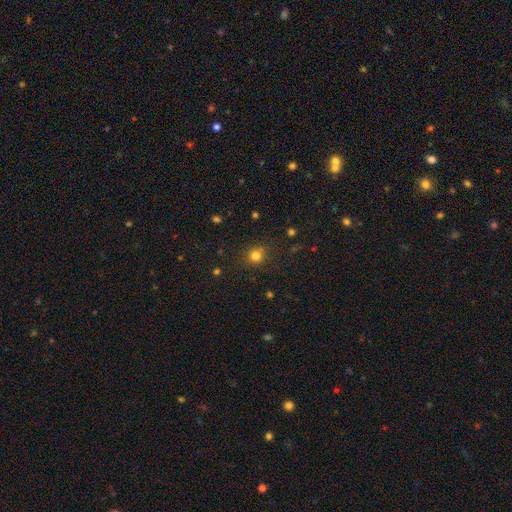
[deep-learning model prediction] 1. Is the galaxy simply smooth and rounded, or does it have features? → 77% smooth, 17% star or artifact, 6% featured or disk.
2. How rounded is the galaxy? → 88% round, 11% in between, 1% cigar-shaped.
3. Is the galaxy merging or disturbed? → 77% none, 11% minor disturbance, 8% merger, 4% major disturbance.